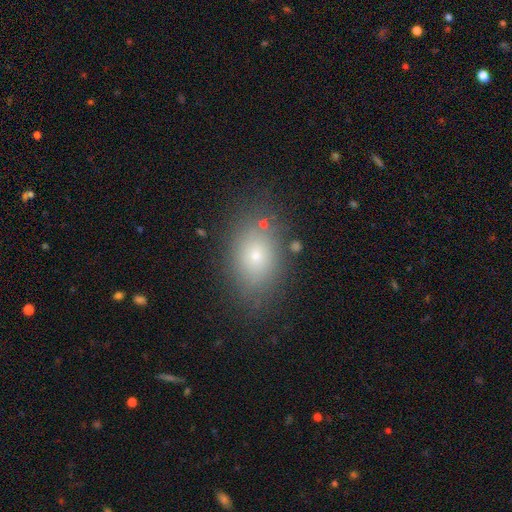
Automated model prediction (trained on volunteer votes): Smooth or featured? Predicted: smooth (p=0.70). How rounded? Predicted: in between (p=0.78). Merging? Predicted: none (p=0.81).